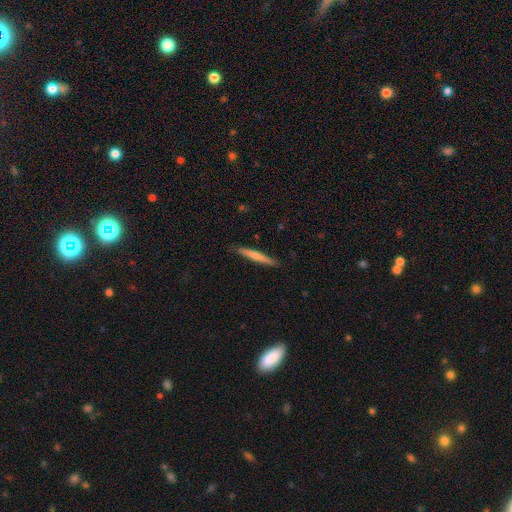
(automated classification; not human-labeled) This is possibly a smooth galaxy (58%). How rounded: clearly cigar-shaped (95%). Merging: clearly none (88%).